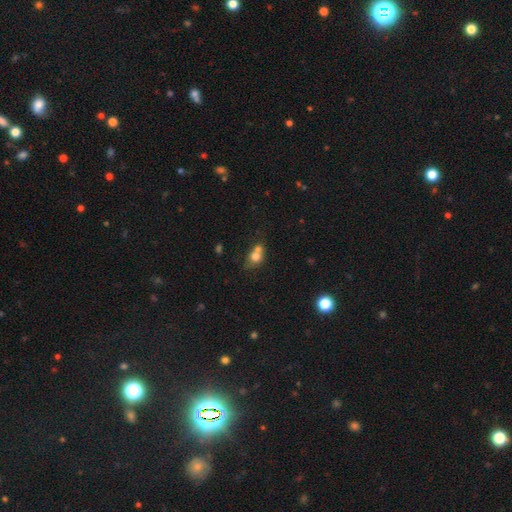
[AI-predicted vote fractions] This is likely a smooth galaxy (71%). How rounded: likely round (61%). Merging: possibly merger (54%).